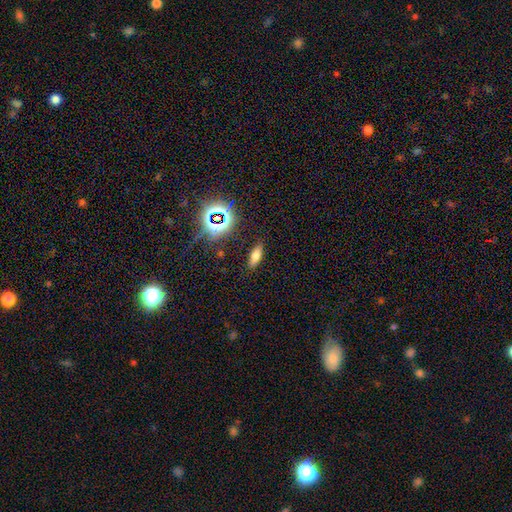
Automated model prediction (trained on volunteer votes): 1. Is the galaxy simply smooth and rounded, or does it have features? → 66% smooth, 20% star or artifact, 14% featured or disk.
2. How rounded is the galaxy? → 66% in between, 29% cigar-shaped, 4% round.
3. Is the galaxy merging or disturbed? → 87% none, 8% minor disturbance, 3% major disturbance, 2% merger.